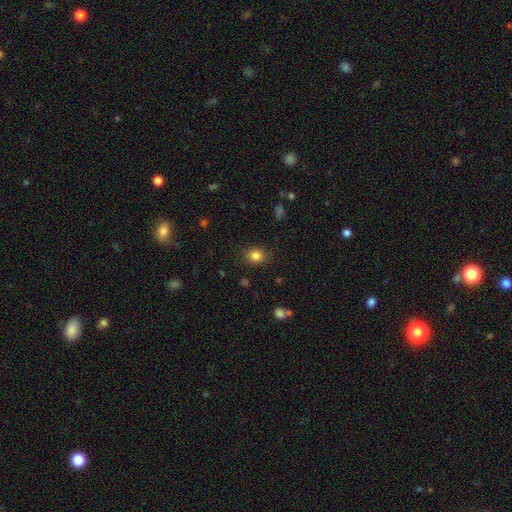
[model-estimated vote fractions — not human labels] Smooth or featured?
  - smooth: 84% *
  - star or artifact: 11%
  - featured or disk: 5%
How rounded?
  - round: 69% *
  - in between: 30%
  - cigar-shaped: 1%
Merging?
  - none: 86% *
  - minor disturbance: 10%
  - major disturbance: 3%
  - merger: 1%